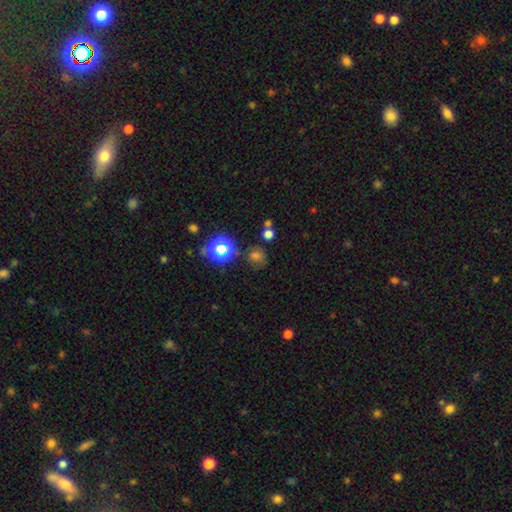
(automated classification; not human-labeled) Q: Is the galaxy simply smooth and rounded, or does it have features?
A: smooth — 58%.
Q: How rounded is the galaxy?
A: round — 75%.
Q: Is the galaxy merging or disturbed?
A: none — 73%.